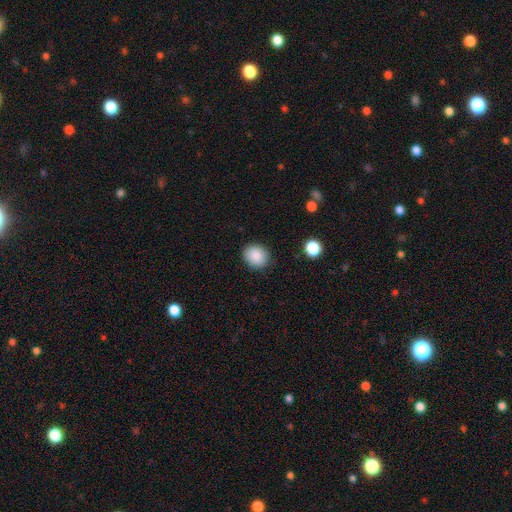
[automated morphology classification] type=smooth (88%); roundness=round (74%); merging=none (88%).